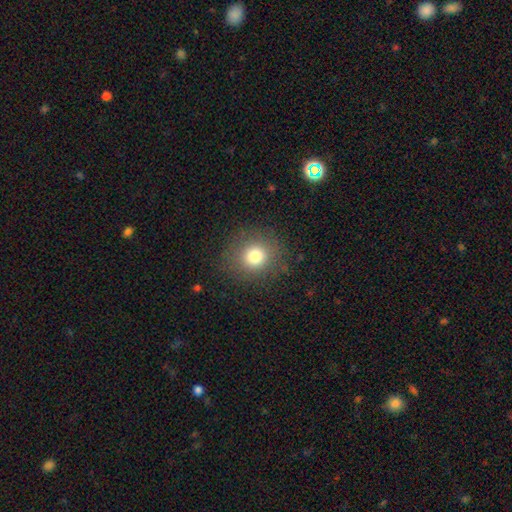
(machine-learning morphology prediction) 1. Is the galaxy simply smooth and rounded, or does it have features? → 78% smooth, 13% star or artifact, 9% featured or disk.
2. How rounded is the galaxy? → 86% round, 13% in between, 1% cigar-shaped.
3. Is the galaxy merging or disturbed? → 87% none, 8% minor disturbance, 3% major disturbance, 1% merger.